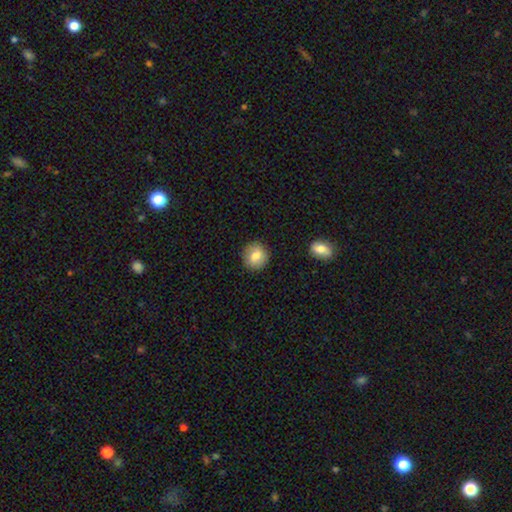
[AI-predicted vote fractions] Smooth or featured?
  - smooth: 77% *
  - featured or disk: 15%
  - star or artifact: 8%
How rounded?
  - round: 85% *
  - in between: 14%
  - cigar-shaped: 1%
Merging?
  - none: 89% *
  - minor disturbance: 8%
  - major disturbance: 2%
  - merger: 2%